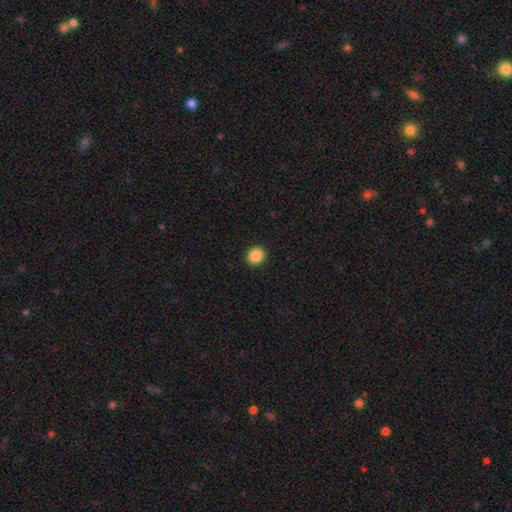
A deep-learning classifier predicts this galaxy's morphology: The model was most divided on "how rounded": round: 82%, in between: 17%, cigar-shaped: 1%. More confident: merging — none (93%); smooth or featured — smooth (88%).